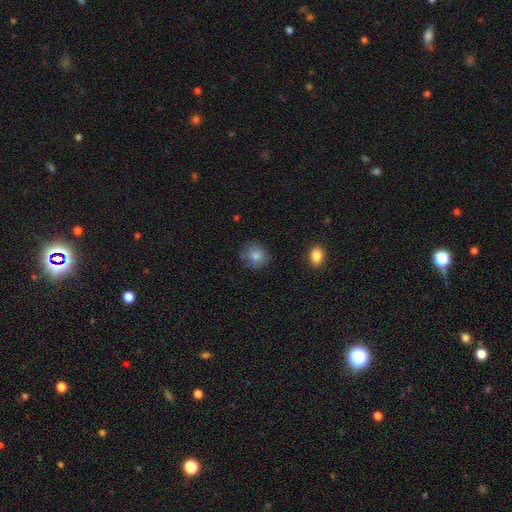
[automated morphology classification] smooth_or_featured: smooth (p=0.81) [alt: star or artifact p=0.10]
how_rounded: round (p=0.73) [alt: in between p=0.26]
merging: none (p=0.70) [alt: minor disturbance p=0.20]